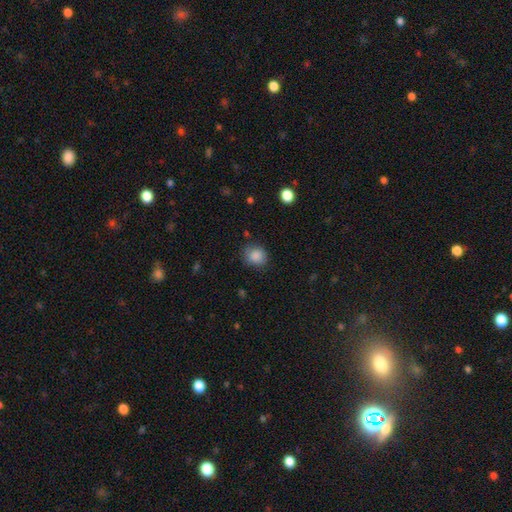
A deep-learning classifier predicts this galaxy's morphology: smooth_or_featured: smooth (p=0.86) [alt: star or artifact p=0.09]
how_rounded: round (p=0.73) [alt: in between p=0.26]
merging: none (p=0.76) [alt: minor disturbance p=0.18]